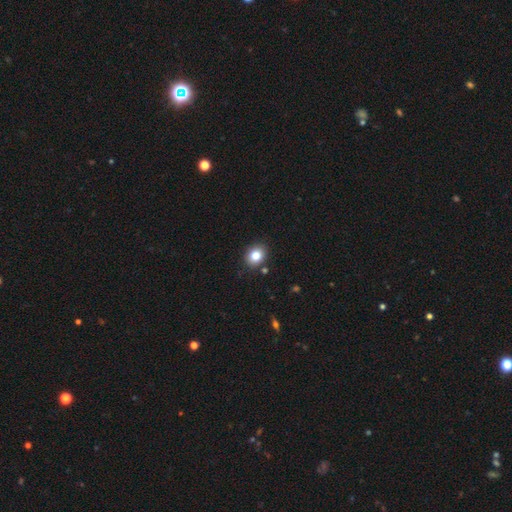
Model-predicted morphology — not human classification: smooth 82%, star or artifact 10%, featured or disk 8%. Down the decision tree: how rounded — round (57%); merging — none (87%).